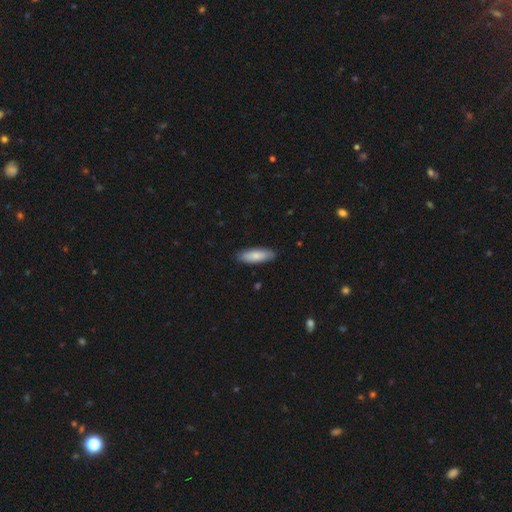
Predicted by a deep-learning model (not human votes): smooth-or-featured: smooth: 81% | featured or disk: 14% | star or artifact: 5%
  how-rounded: in between: 59% | cigar-shaped: 39% | round: 2%
  merging: none: 87% | minor disturbance: 10% | major disturbance: 2% | merger: 1%